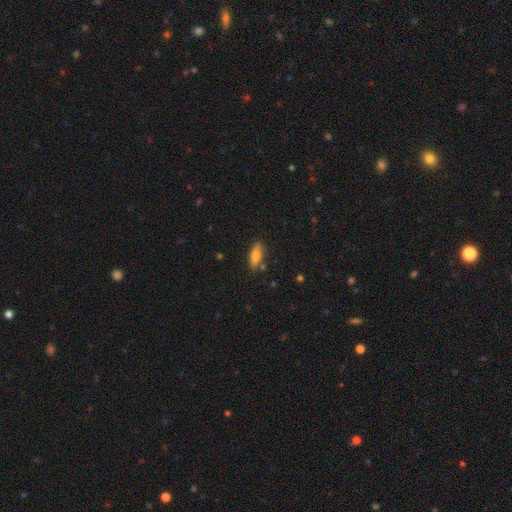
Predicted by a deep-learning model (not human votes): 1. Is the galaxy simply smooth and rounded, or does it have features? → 73% smooth, 20% featured or disk, 7% star or artifact.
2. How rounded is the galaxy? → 60% in between, 38% cigar-shaped, 3% round.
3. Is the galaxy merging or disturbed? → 78% none, 15% minor disturbance, 4% merger, 3% major disturbance.